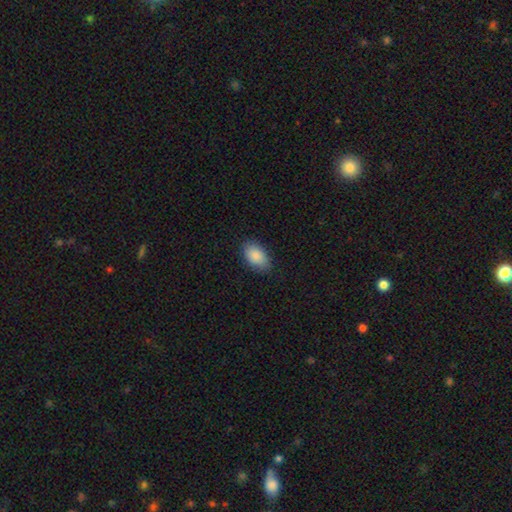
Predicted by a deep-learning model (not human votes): This is clearly a smooth galaxy (89%). How rounded: clearly in between (92%). Merging: clearly none (84%).